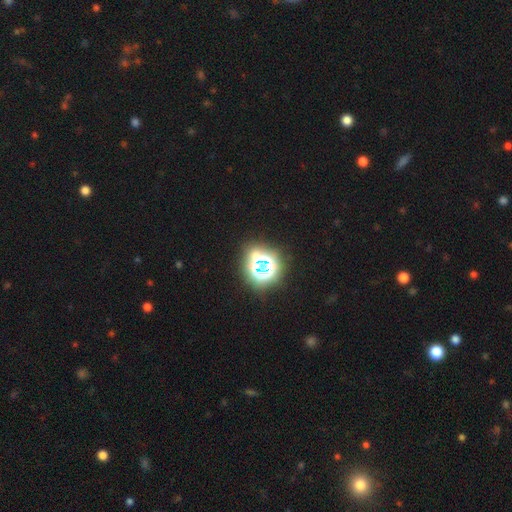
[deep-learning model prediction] A star or artifact, not a galaxy (72%).

Vote fractions:
- Smooth or featured? star or artifact: 72% / smooth: 19% / featured or disk: 9%